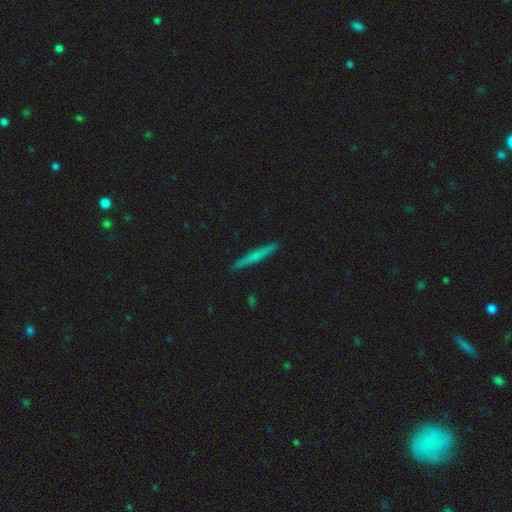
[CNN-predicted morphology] A smooth galaxy with no disk features (54%) that is cigar-shaped (95%). Merging: none (91%).